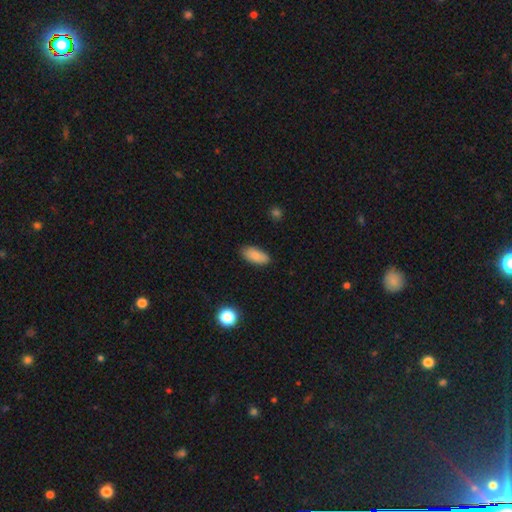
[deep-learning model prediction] Morphology: type=smooth (86%); roundness=in between (90%); merging=none (86%).